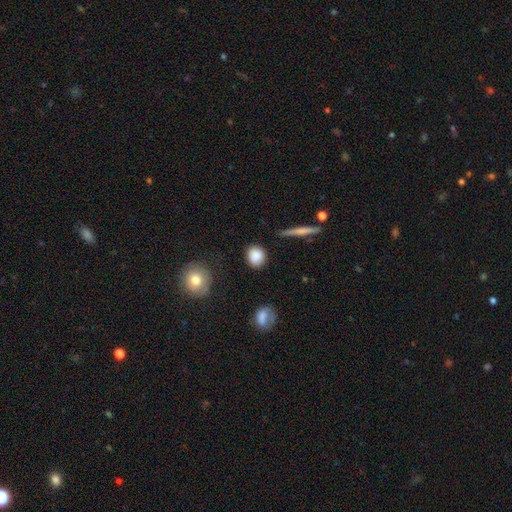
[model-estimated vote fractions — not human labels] This is clearly a smooth galaxy (86%). How rounded: likely round (67%). Merging: clearly none (81%).